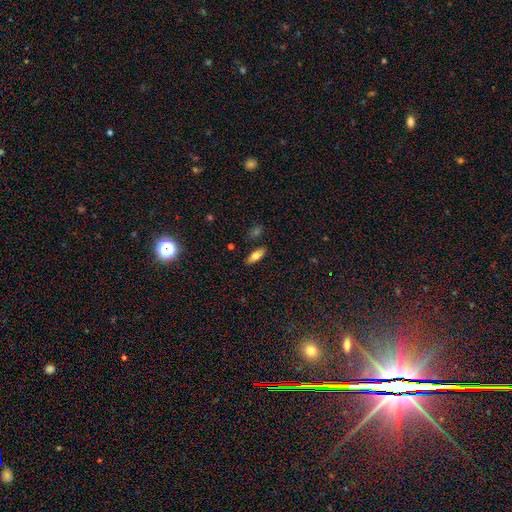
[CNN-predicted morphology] Q: Smooth or featured?
A: smooth (70%); runner-up: featured or disk (23%)
Q: How rounded?
A: in between (78%); runner-up: cigar-shaped (19%)
Q: Merging?
A: none (85%); runner-up: minor disturbance (10%)